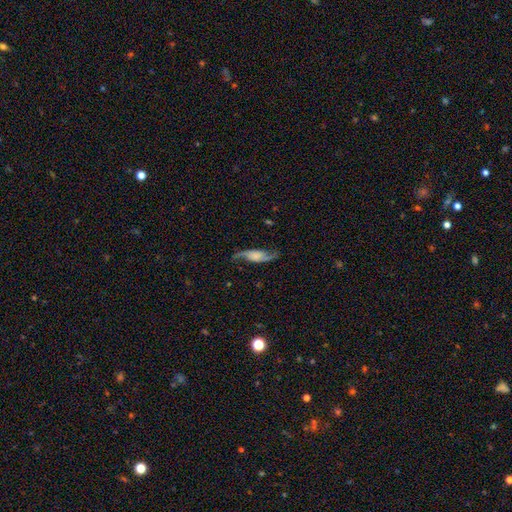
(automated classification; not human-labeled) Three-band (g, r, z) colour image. It shows a featured or disk galaxy (82%) with no bar (59%), 2 (93%) loose (80%) spiral arms (96%) and no central bulge (40%). Merging: none (77%).